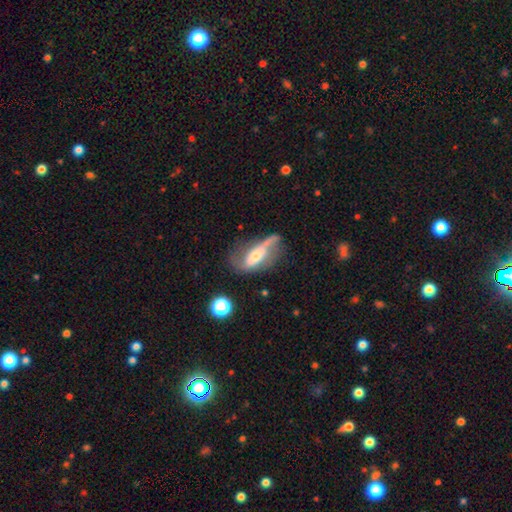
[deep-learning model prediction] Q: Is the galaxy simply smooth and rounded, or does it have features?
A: featured or disk — 69%.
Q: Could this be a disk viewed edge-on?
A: no — 85%.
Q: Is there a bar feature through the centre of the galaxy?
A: no — 43%.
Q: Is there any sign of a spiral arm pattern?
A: yes — 82%.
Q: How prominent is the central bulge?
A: moderate — 46%.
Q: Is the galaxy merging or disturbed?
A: none — 42%.